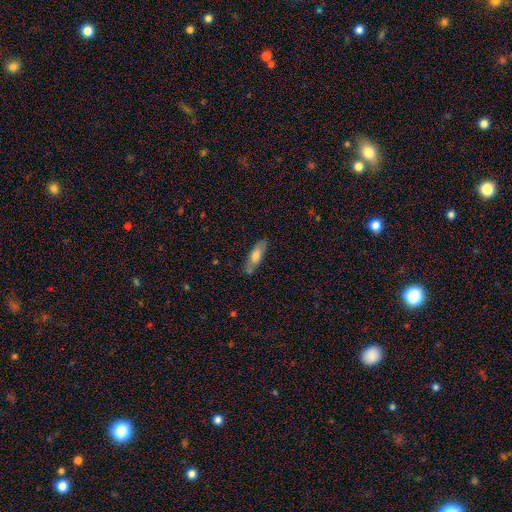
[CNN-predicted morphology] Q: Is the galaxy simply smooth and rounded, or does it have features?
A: smooth — 69%.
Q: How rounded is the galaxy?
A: in between — 61%.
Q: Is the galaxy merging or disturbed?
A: none — 72%.